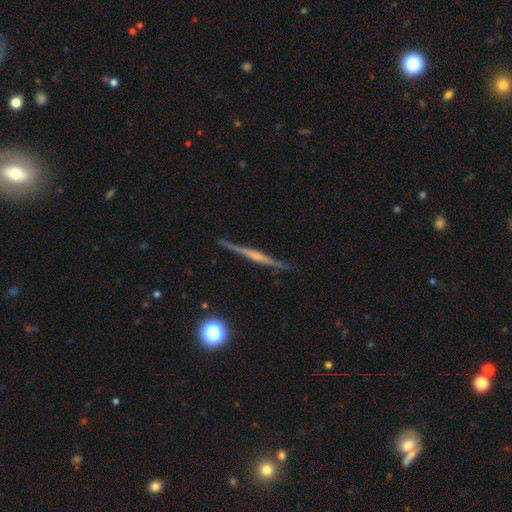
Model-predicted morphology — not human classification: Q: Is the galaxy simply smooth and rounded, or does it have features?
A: featured or disk — 74%.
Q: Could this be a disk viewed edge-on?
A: yes — 98%.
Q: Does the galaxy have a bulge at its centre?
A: rounded — 50%.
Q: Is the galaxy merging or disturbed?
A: none — 90%.